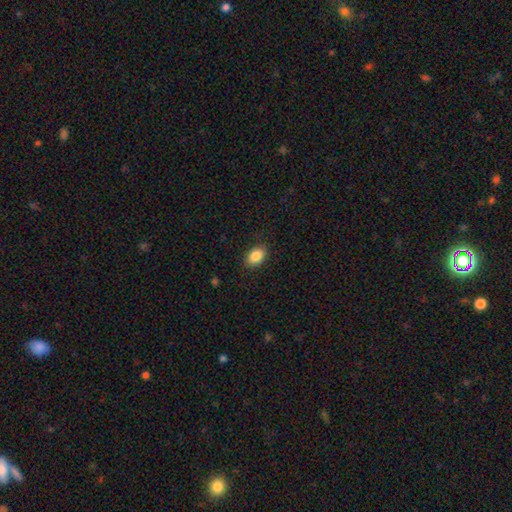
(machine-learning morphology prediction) Overall: smooth (86%). How rounded: in between (86%). Merging: none (86%).